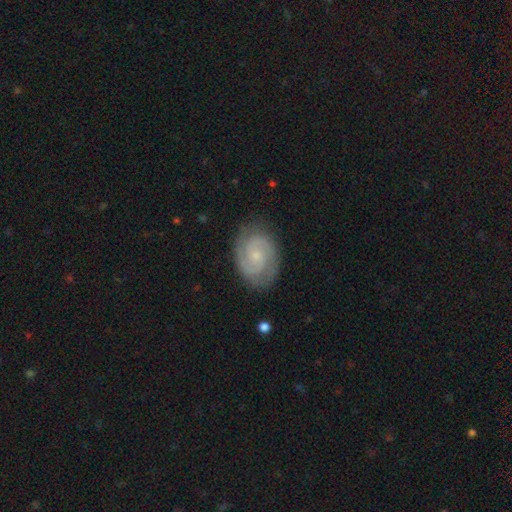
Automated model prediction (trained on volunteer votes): This is clearly a featured or disk galaxy (85%). It is clearly not viewed edge-on (98%). Bar: likely no (64%). Spiral arm pattern: clearly yes (97%). Spiral arm count: clearly 2 (88%). Spiral winding: possibly tight (55%). Central bulge: likely small (73%). Merging: clearly none (85%).